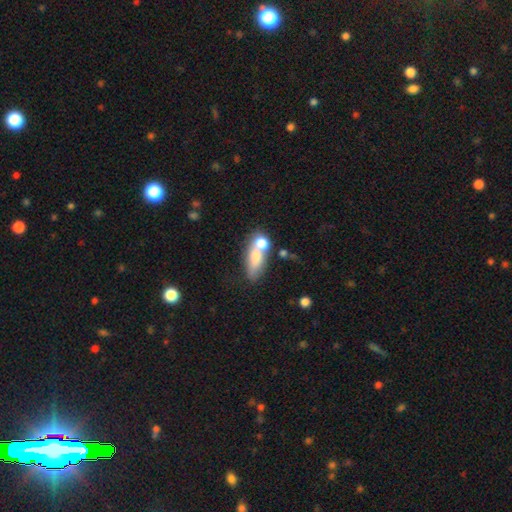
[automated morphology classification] smooth 65%, featured or disk 25%, star or artifact 10%. Down the decision tree: how rounded — in between (66%); merging — merger (51%).